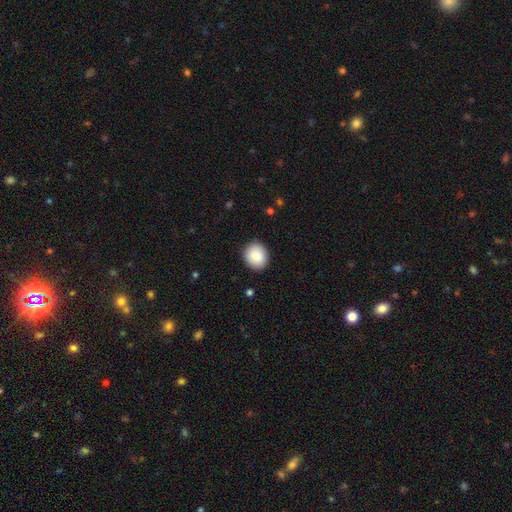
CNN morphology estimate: Q: Smooth or featured?
A: smooth (87%); runner-up: star or artifact (7%)
Q: How rounded?
A: round (70%); runner-up: in between (29%)
Q: Merging?
A: none (89%); runner-up: minor disturbance (8%)